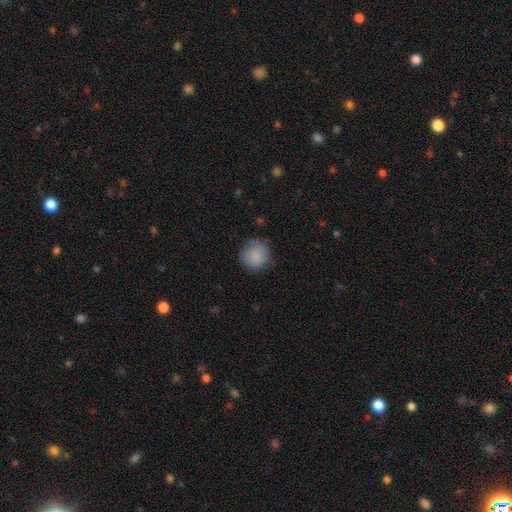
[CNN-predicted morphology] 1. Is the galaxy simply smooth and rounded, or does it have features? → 86% smooth, 8% star or artifact, 7% featured or disk.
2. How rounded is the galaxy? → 90% round, 9% in between, 1% cigar-shaped.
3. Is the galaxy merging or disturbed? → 78% none, 17% minor disturbance, 4% major disturbance, 1% merger.